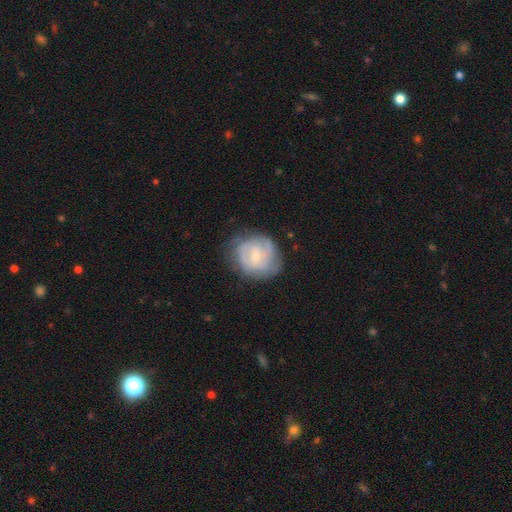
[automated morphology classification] This appears to be a featured or disk galaxy (63%) with no bar (50%), spiral arms (79%) and a small central bulge (67%). Merging: none (64%).